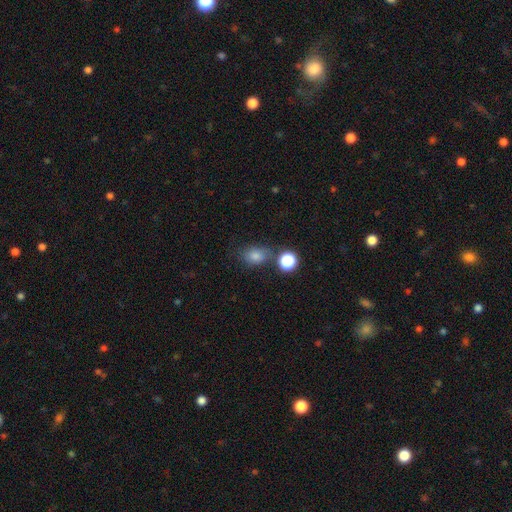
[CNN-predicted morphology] smooth-or-featured: smooth: 77% | star or artifact: 15% | featured or disk: 7%
  how-rounded: in between: 54% | round: 45% | cigar-shaped: 1%
  merging: none: 65% | minor disturbance: 16% | merger: 13% | major disturbance: 6%